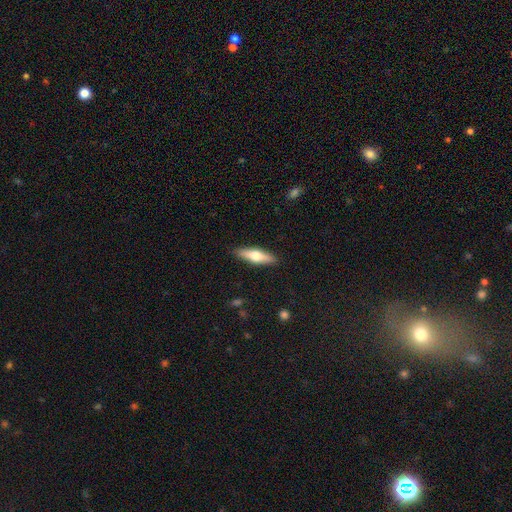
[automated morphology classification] Q: Smooth or featured?
A: smooth (52%); runner-up: featured or disk (42%)
Q: How rounded?
A: cigar-shaped (63%); runner-up: in between (34%)
Q: Merging?
A: none (89%); runner-up: minor disturbance (8%)